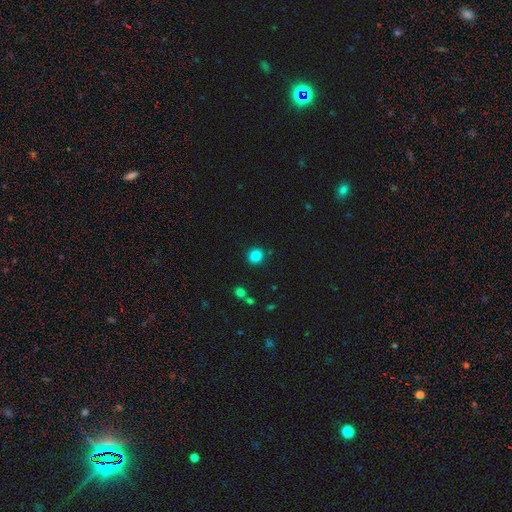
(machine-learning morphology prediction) This is clearly a smooth galaxy (83%). How rounded: clearly round (91%). Merging: clearly none (89%).